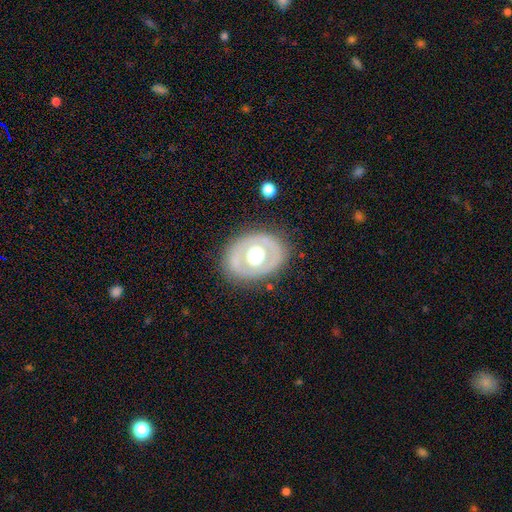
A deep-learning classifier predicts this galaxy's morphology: This appears to be a featured or disk galaxy (53%). Merging: none (80%).